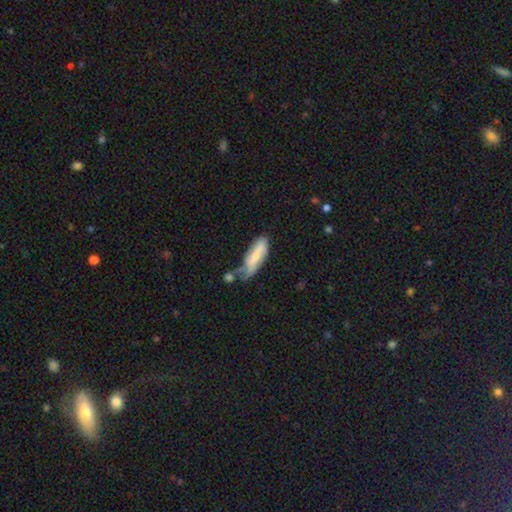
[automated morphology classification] A smooth galaxy with no disk features (61%) that is in between round and cigar-shaped (57%).

Vote fractions:
- Smooth or featured? smooth: 61% / featured or disk: 33% / star or artifact: 6%
- How rounded? in between: 57% / cigar-shaped: 41% / round: 2%
- Merging? none: 38% / minor disturbance: 32% / merger: 17% / major disturbance: 13%